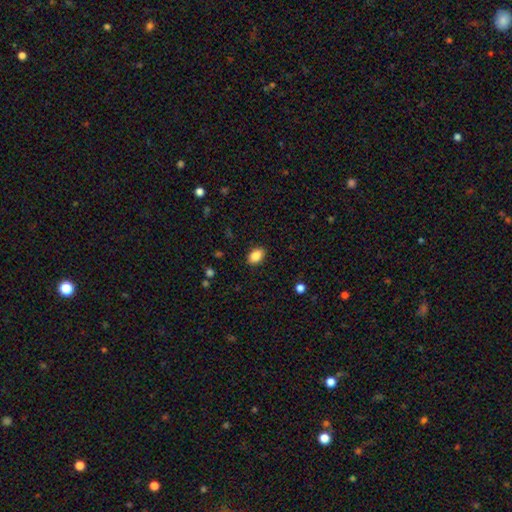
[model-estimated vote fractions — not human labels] smooth_or_featured: smooth (p=0.88) [alt: star or artifact p=0.08]
how_rounded: in between (p=0.84) [alt: round p=0.15]
merging: none (p=0.88) [alt: minor disturbance p=0.08]